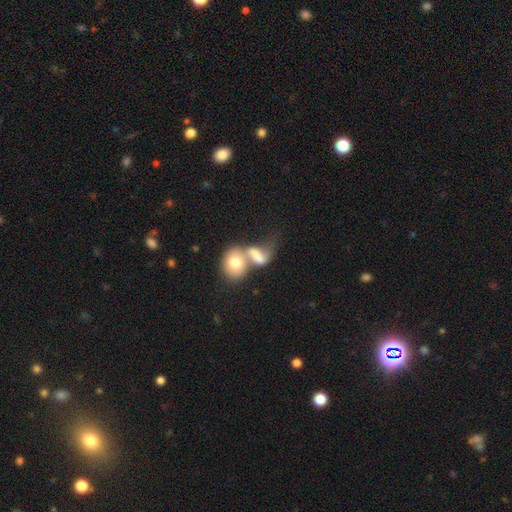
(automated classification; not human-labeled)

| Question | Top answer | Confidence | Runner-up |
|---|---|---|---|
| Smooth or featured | smooth | 61% | featured or disk (29%) |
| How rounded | in between | 60% | round (37%) |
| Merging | merger | 69% | none (14%) |